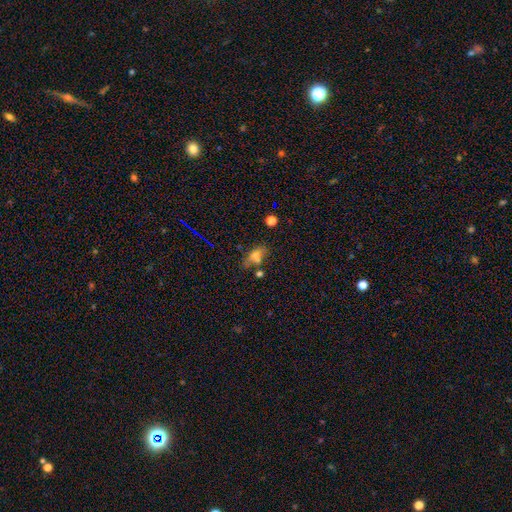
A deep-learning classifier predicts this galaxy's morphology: Q: Smooth or featured?
A: smooth (62%); runner-up: featured or disk (21%)
Q: How rounded?
A: in between (78%); runner-up: round (12%)
Q: Merging?
A: none (58%); runner-up: minor disturbance (19%)